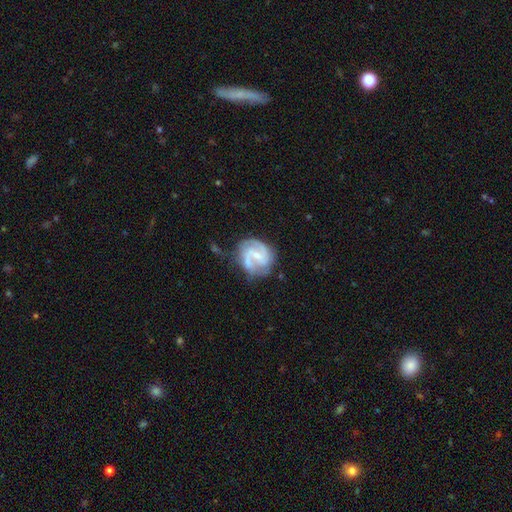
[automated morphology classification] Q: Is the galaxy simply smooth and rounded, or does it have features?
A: featured or disk — 81%.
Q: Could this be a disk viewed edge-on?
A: no — 98%.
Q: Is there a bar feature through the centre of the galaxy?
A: weak — 53%.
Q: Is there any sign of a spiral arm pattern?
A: yes — 93%.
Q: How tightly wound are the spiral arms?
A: medium — 49%.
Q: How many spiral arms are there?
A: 2 — 76%.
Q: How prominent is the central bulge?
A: small — 58%.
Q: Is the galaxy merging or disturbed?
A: none — 54%.